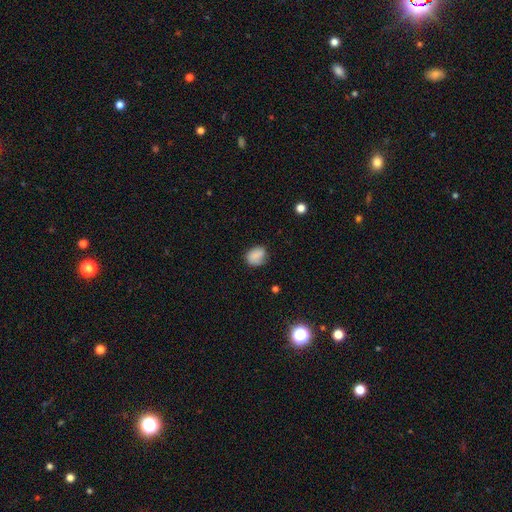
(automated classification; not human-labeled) A smooth galaxy with no disk features (77%) that is in between round and cigar-shaped (53%). Merging: none (61%).